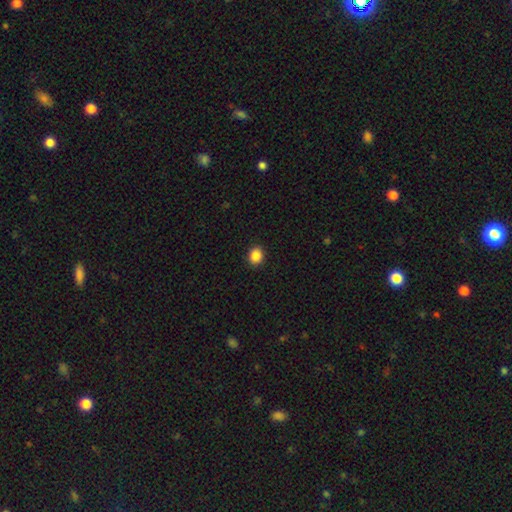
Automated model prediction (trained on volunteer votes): Smooth or featured? smooth (87%)
How rounded? round (69%)
Merging? none (91%)